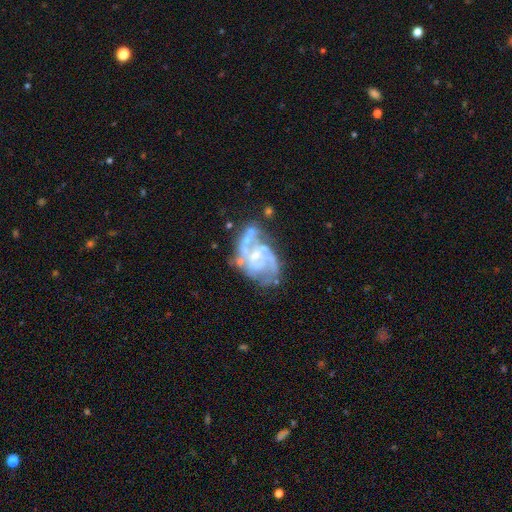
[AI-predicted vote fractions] Overall: featured or disk (86%). Edge-on disk: no (98%). Bar: no (55%; weak 36%). Spiral arms: yes (91%). Spiral arm count: 2 (41%; 3 25%). Spiral winding: medium (47%; tight 38%). Bulge size: small (64%; moderate 27%). Merging: none (46%; minor disturbance 23%).